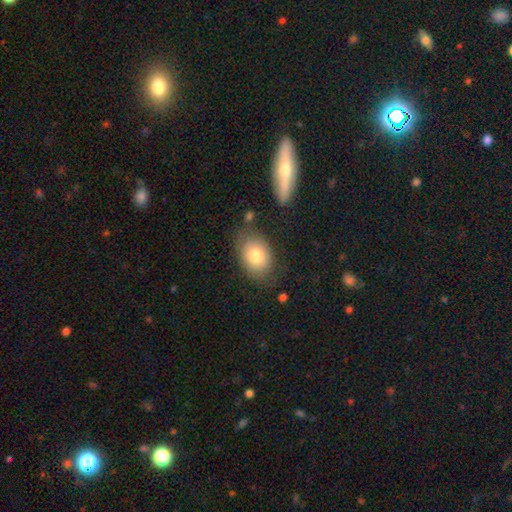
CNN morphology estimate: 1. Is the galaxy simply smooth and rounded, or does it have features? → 77% smooth, 15% featured or disk, 8% star or artifact.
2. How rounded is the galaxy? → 74% in between, 25% round, 1% cigar-shaped.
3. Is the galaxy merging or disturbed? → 70% none, 19% minor disturbance, 7% major disturbance, 4% merger.